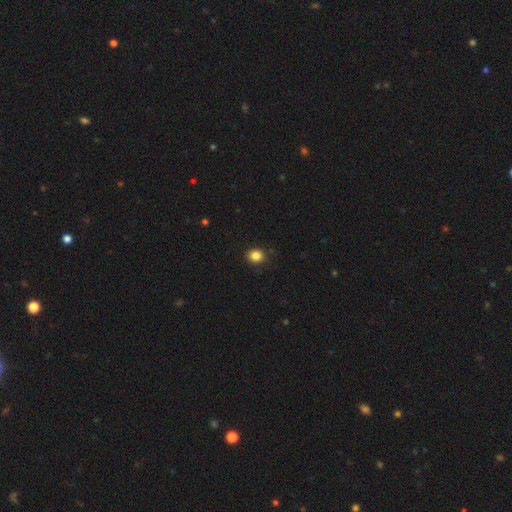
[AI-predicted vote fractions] A smooth galaxy with no disk features (85%) that is round (74%). Merging: none (89%).